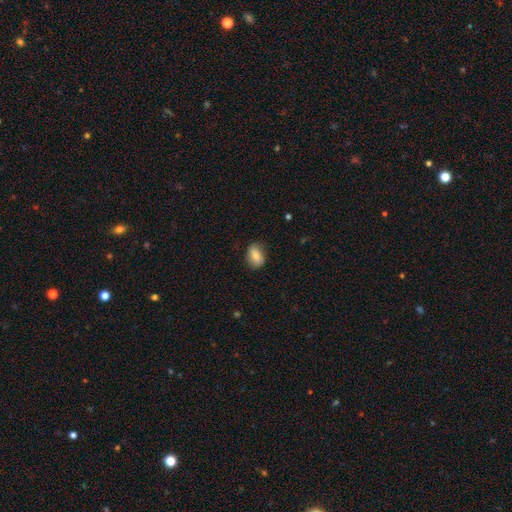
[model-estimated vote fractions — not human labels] A smooth galaxy with no disk features (77%) that is in between round and cigar-shaped (82%).

Vote fractions:
- Smooth or featured? smooth: 77% / featured or disk: 15% / star or artifact: 8%
- How rounded? in between: 82% / round: 16% / cigar-shaped: 2%
- Merging? none: 78% / minor disturbance: 17% / major disturbance: 4% / merger: 1%